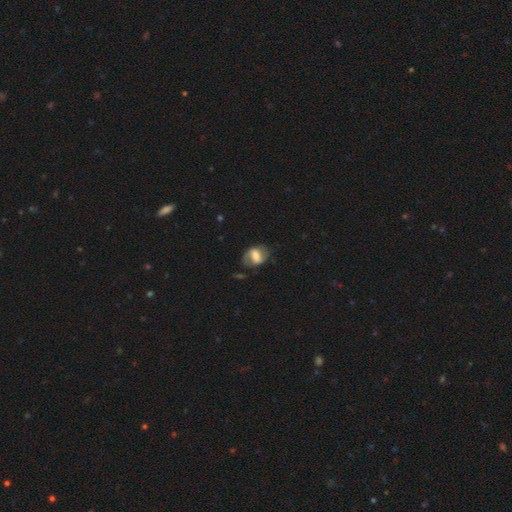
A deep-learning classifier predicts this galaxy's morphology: smooth 46% (tied), featured or disk 46% (tied), star or artifact 8%. Down the decision tree: merging — none (60%).